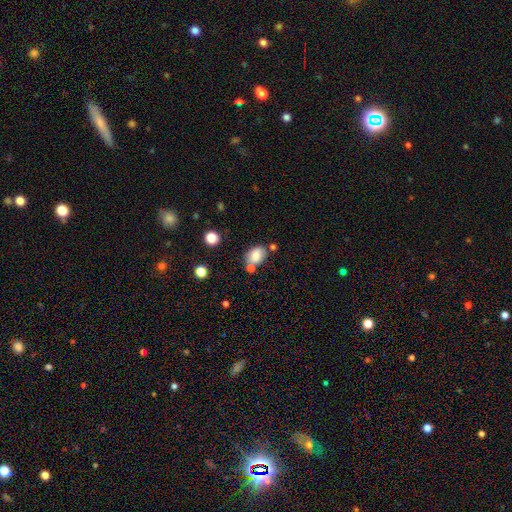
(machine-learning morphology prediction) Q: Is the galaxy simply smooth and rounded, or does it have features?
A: smooth — 80%.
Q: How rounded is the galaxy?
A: in between — 77%.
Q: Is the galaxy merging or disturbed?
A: none — 61%.